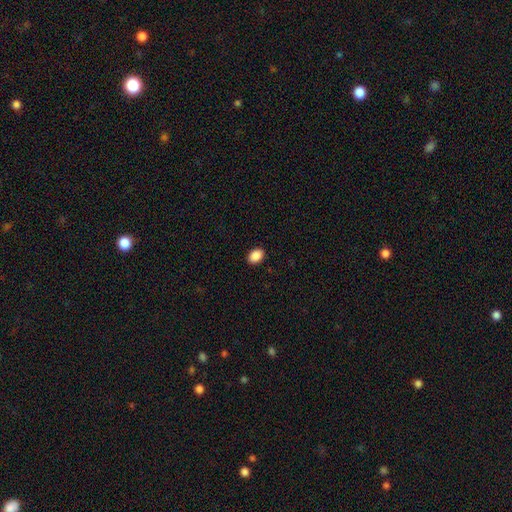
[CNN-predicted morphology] Q: Smooth or featured?
A: smooth (89%); runner-up: star or artifact (8%)
Q: How rounded?
A: in between (80%); runner-up: round (18%)
Q: Merging?
A: none (90%); runner-up: minor disturbance (7%)